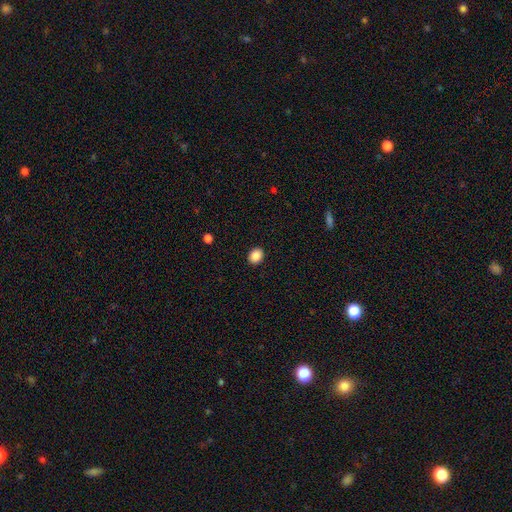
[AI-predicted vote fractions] A smooth galaxy with no disk features (88%) that is round (51%).

Vote fractions:
- Smooth or featured? smooth: 88% / star or artifact: 9% / featured or disk: 3%
- How rounded? round: 51% / in between: 48% / cigar-shaped: 1%
- Merging? none: 91% / minor disturbance: 6% / major disturbance: 2% / merger: 1%